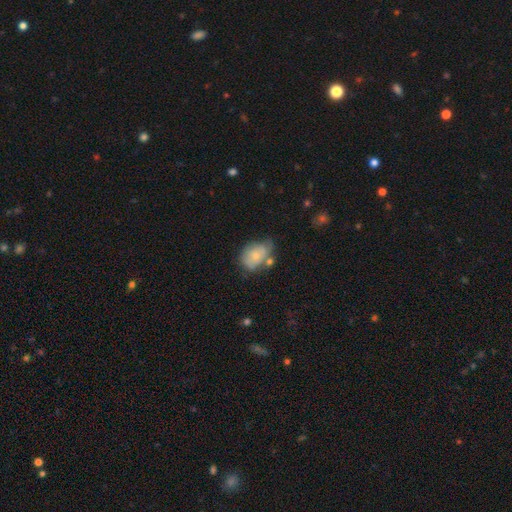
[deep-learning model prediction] A smooth galaxy with no disk features (70%) that is in between round and cigar-shaped (75%). Merging: none (42%).